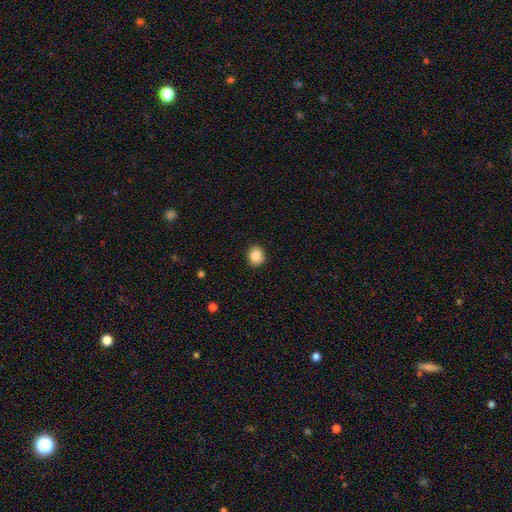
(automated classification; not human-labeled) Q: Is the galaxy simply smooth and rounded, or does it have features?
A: smooth — 86%.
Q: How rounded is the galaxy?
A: round — 74%.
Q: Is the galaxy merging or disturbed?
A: none — 91%.